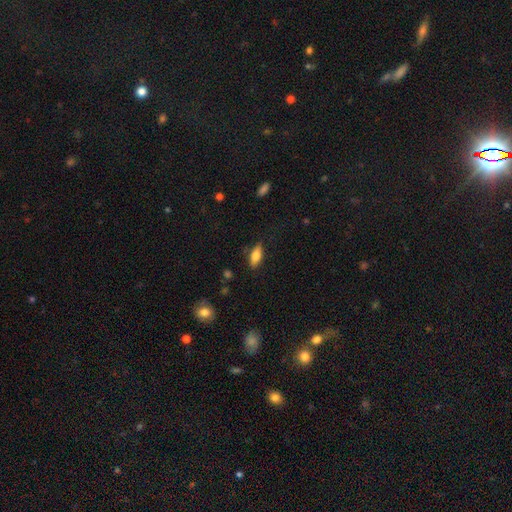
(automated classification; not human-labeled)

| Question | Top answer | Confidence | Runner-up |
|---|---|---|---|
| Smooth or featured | smooth | 67% | featured or disk (26%) |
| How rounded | in between | 73% | cigar-shaped (24%) |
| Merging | none | 80% | minor disturbance (15%) |